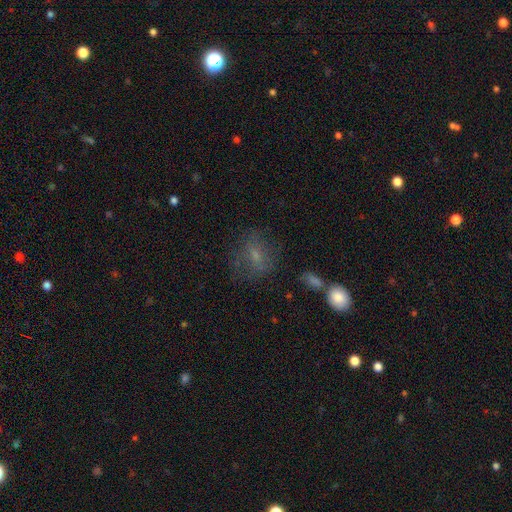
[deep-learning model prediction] Smooth or featured?
  - smooth: 56% *
  - featured or disk: 29%
  - star or artifact: 15%
How rounded?
  - round: 52% *
  - in between: 45%
  - cigar-shaped: 3%
Merging?
  - none: 59% *
  - minor disturbance: 20%
  - major disturbance: 17%
  - merger: 5%